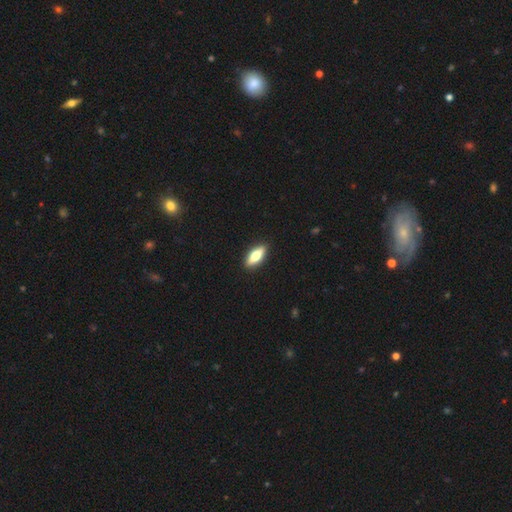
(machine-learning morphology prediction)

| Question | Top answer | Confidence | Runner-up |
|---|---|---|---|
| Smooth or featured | smooth | 58% | featured or disk (36%) |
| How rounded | in between | 57% | cigar-shaped (40%) |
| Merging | none | 91% | minor disturbance (7%) |